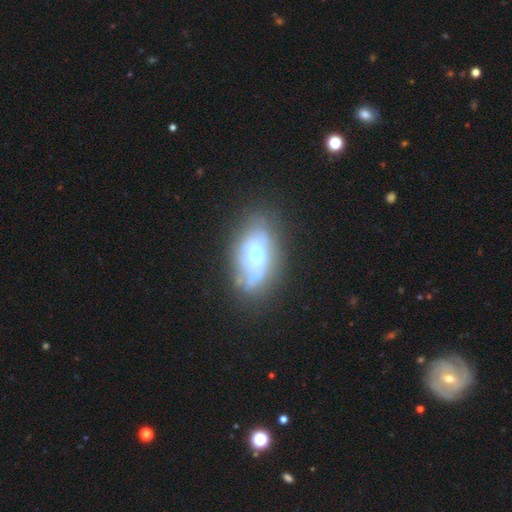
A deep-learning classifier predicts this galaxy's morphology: This is possibly a featured or disk galaxy (52%). It is clearly not viewed edge-on (89%). Merging: possibly none (47%).